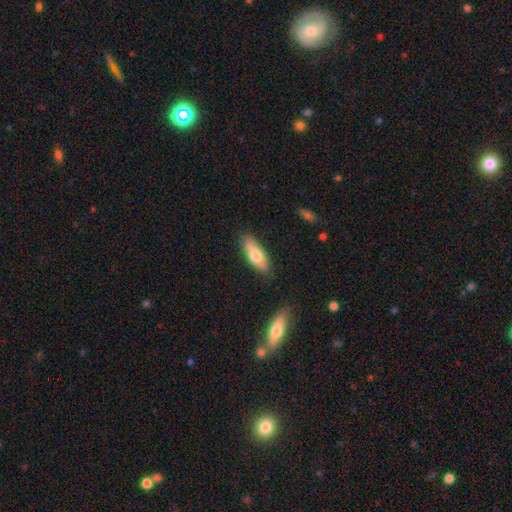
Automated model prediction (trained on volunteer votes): The model was most divided on "how rounded": in between: 69%, cigar-shaped: 28%, round: 2%. More confident: merging — none (81%); smooth or featured — smooth (70%).